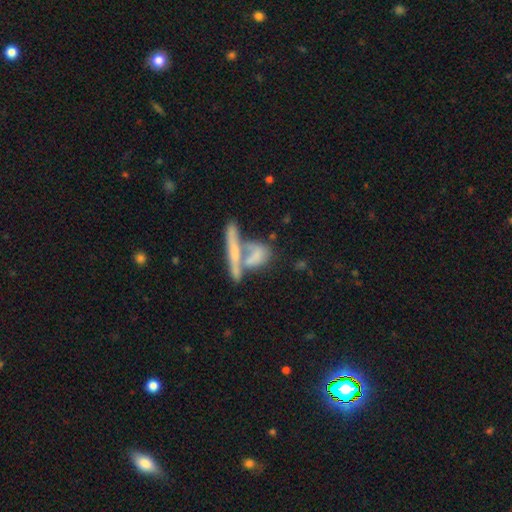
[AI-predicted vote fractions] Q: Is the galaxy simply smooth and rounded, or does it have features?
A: smooth — 55%.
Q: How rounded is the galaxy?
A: cigar-shaped — 48%.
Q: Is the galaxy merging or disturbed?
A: merger — 52%.